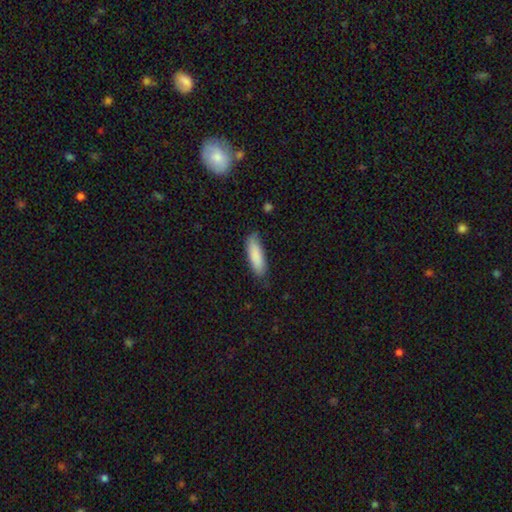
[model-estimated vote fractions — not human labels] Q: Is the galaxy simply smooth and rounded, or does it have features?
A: smooth — 88%.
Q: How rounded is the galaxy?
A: in between — 53%.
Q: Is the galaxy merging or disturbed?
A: none — 78%.